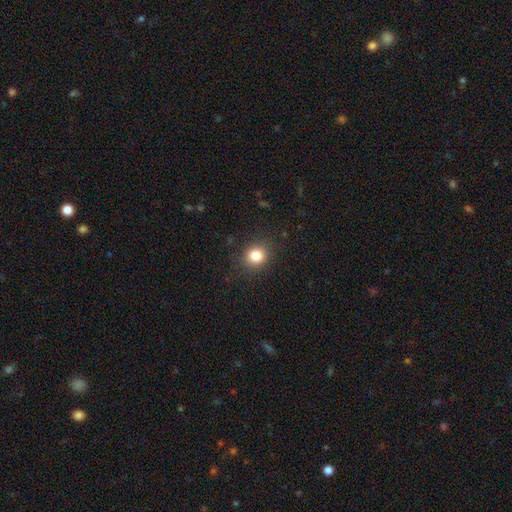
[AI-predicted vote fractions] Smooth or featured?
  - smooth: 82% *
  - star or artifact: 12%
  - featured or disk: 6%
How rounded?
  - round: 73% *
  - in between: 26%
  - cigar-shaped: 1%
Merging?
  - none: 87% *
  - minor disturbance: 9%
  - major disturbance: 3%
  - merger: 1%